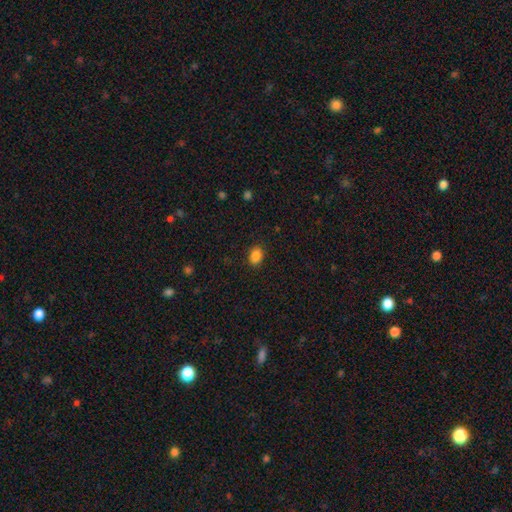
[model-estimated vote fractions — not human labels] smooth-or-featured: smooth: 87% | star or artifact: 10% | featured or disk: 3%
  how-rounded: in between: 74% | round: 25% | cigar-shaped: 1%
  merging: none: 88% | minor disturbance: 9% | major disturbance: 2% | merger: 1%